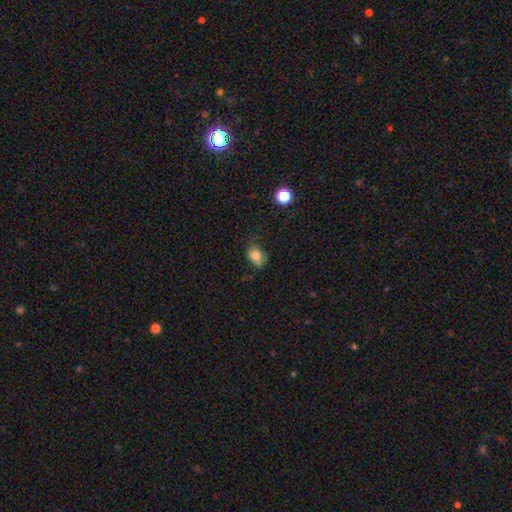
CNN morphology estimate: A smooth galaxy with no disk features (79%) that is in between round and cigar-shaped (50%). Merging: none (52%).